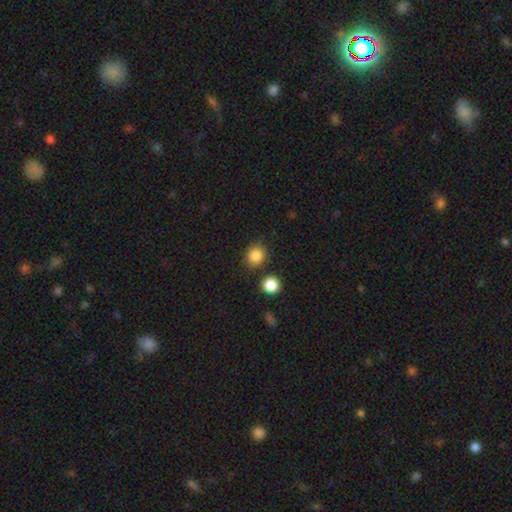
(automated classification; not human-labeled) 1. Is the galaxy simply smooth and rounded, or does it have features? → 85% smooth, 10% star or artifact, 4% featured or disk.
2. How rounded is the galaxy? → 77% round, 22% in between, 1% cigar-shaped.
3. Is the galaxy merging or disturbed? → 78% none, 12% minor disturbance, 6% merger, 4% major disturbance.